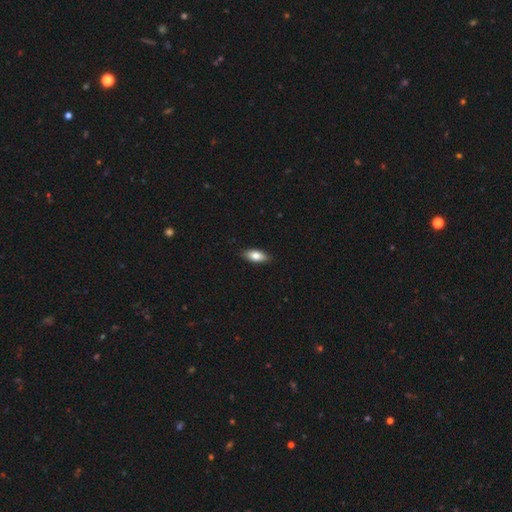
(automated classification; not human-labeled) This is likely a smooth galaxy (79%). How rounded: clearly in between (87%). Merging: clearly none (88%).